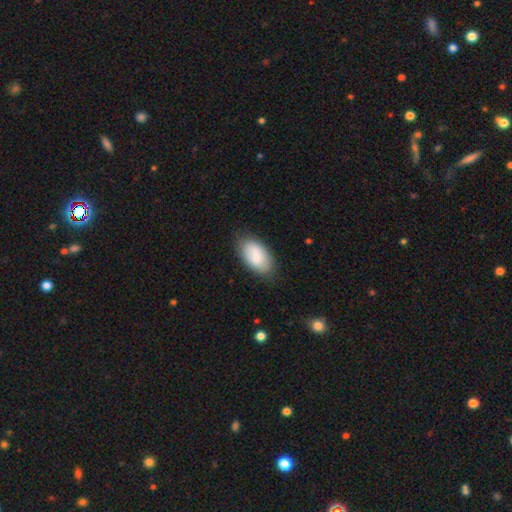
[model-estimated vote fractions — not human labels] A smooth galaxy with no disk features (78%) that is in between round and cigar-shaped (95%).

Vote fractions:
- Smooth or featured? smooth: 78% / featured or disk: 15% / star or artifact: 6%
- How rounded? in between: 95% / round: 4% / cigar-shaped: 2%
- Merging? none: 78% / minor disturbance: 17% / major disturbance: 4% / merger: 1%